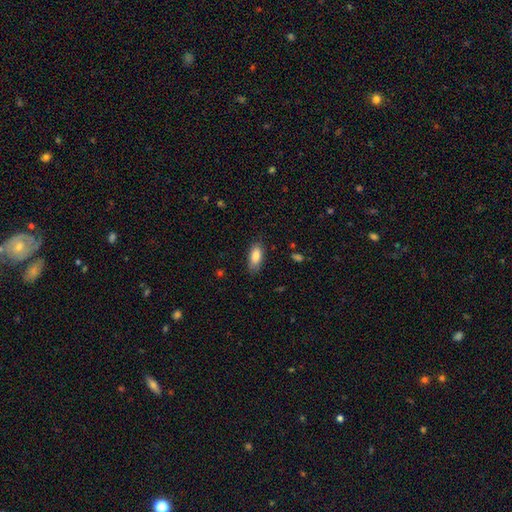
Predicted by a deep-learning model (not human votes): smooth-or-featured: smooth: 85% | featured or disk: 8% | star or artifact: 7%
  how-rounded: in between: 84% | cigar-shaped: 14% | round: 2%
  merging: none: 81% | minor disturbance: 15% | major disturbance: 3% | merger: 1%